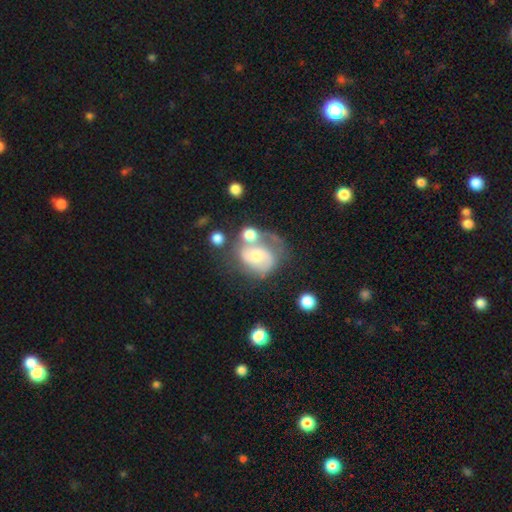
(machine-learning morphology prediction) smooth_or_featured: featured or disk (p=0.65) [alt: smooth p=0.27]
disk_edge_on: no (p=0.97) [alt: yes p=0.03]
bar: no (p=0.64) [alt: weak p=0.29]
has_spiral_arms: yes (p=0.80) [alt: no p=0.20]
spiral_winding: medium (p=0.44) [alt: tight p=0.31]
spiral_arm_count: 2 (p=0.61) [alt: 1 p=0.17]
bulge_size: moderate (p=0.53) [alt: small p=0.37]
merging: none (p=0.30) [alt: merger p=0.29]